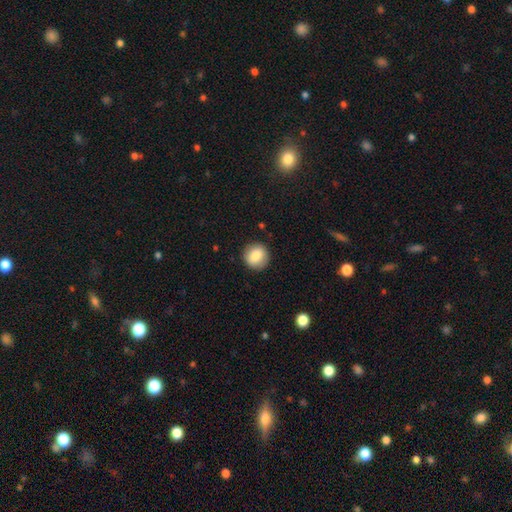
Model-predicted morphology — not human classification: Overall: smooth (84%). How rounded: round (92%). Merging: none (89%).